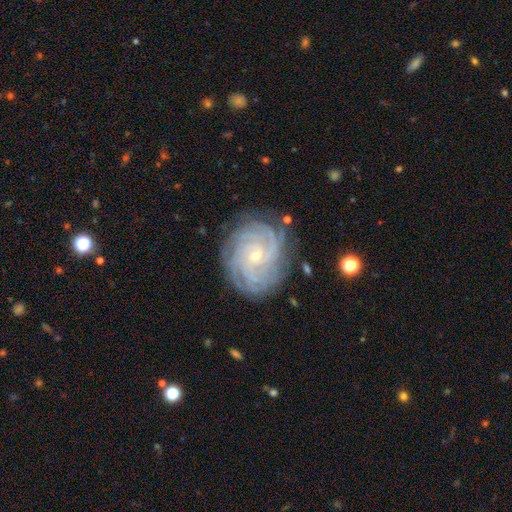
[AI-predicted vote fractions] A featured or disk galaxy (88%) with no bar (72%), more than 4 (28%) tight (83%) spiral arms (98%) and a small central bulge (77%). Merging: none (82%).